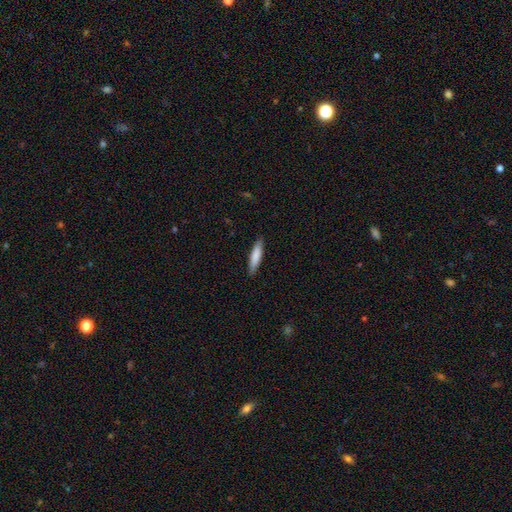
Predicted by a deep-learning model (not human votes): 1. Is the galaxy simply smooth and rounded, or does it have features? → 83% smooth, 12% featured or disk, 5% star or artifact.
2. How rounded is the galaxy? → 81% cigar-shaped, 18% in between, 1% round.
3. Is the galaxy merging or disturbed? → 88% none, 9% minor disturbance, 2% major disturbance, 1% merger.